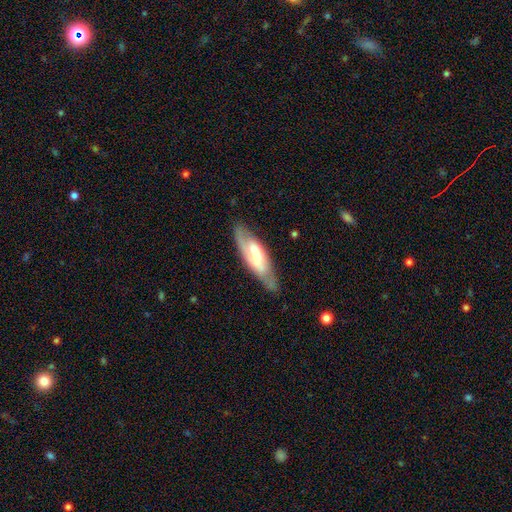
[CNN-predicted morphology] Overall: featured or disk (58%; smooth 37%). Edge-on disk: no (70%). Merging: none (73%).